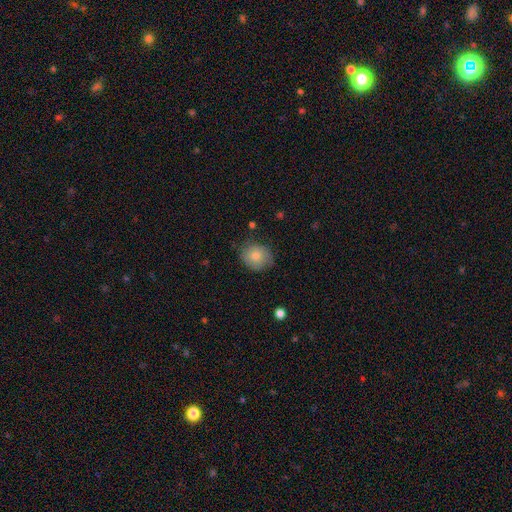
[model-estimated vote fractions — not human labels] Smooth or featured? Predicted: smooth (p=0.77). How rounded? Predicted: round (p=0.73). Merging? Predicted: none (p=0.71).